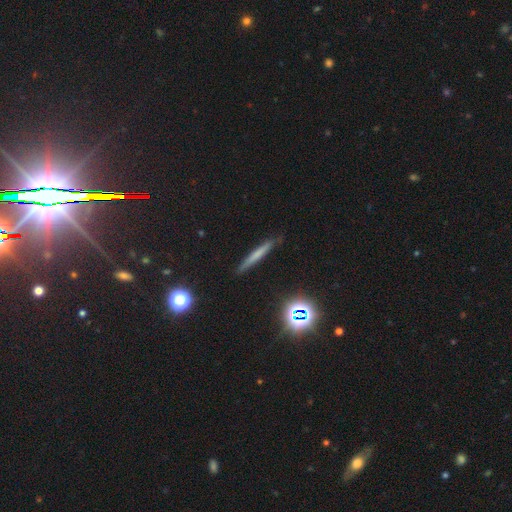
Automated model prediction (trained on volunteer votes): Smooth or featured: smooth — 53% (featured or disk — 31%)
How rounded: cigar-shaped — 92% (round — 4%)
Merging: none — 88% (minor disturbance — 8%)